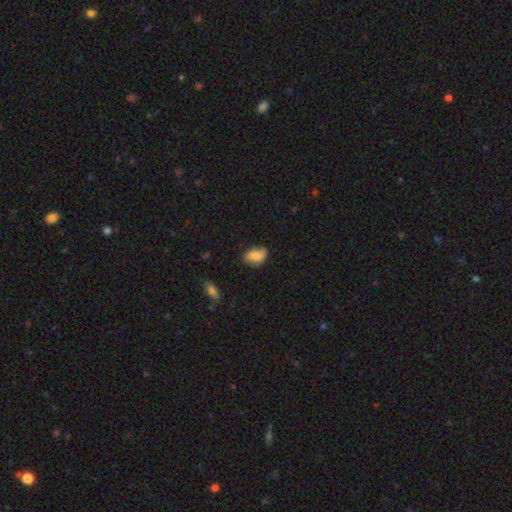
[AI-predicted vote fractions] Smooth or featured? Predicted: smooth (p=0.73). How rounded? Predicted: in between (p=0.87). Merging? Predicted: none (p=0.64).